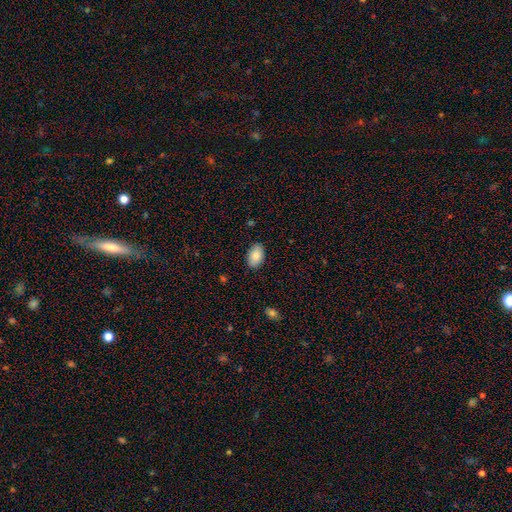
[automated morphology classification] smooth 86%, featured or disk 7%, star or artifact 7%. Down the decision tree: how rounded — in between (92%); merging — none (87%).